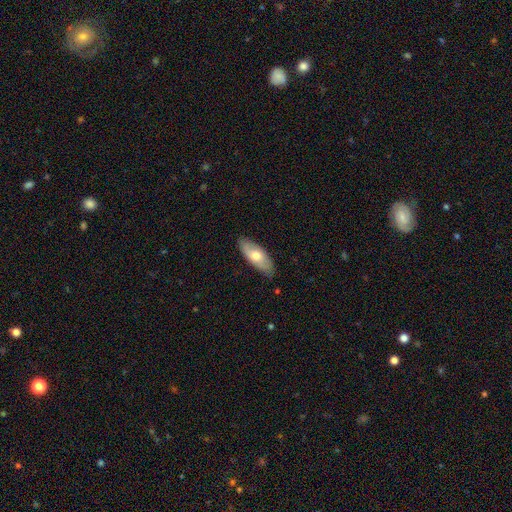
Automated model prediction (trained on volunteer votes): smooth 65%, featured or disk 29%, star or artifact 6%. Down the decision tree: how rounded — in between (76%); merging — none (82%).